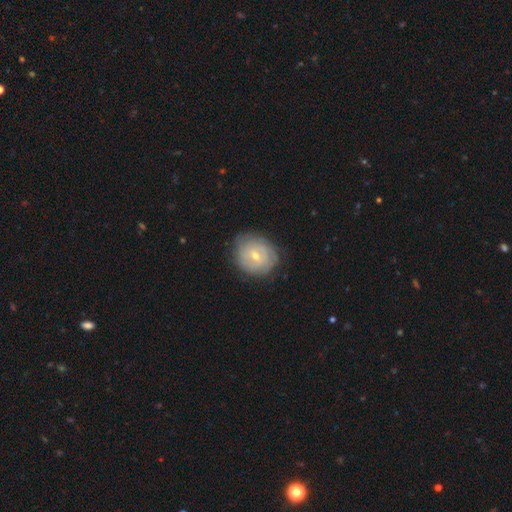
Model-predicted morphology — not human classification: Overall: featured or disk (57%; smooth 35%). Edge-on disk: no (96%). Bar: no (59%; weak 34%). Spiral arms: yes (68%; no 32%). Bulge size: small (52%; moderate 45%). Merging: none (76%).